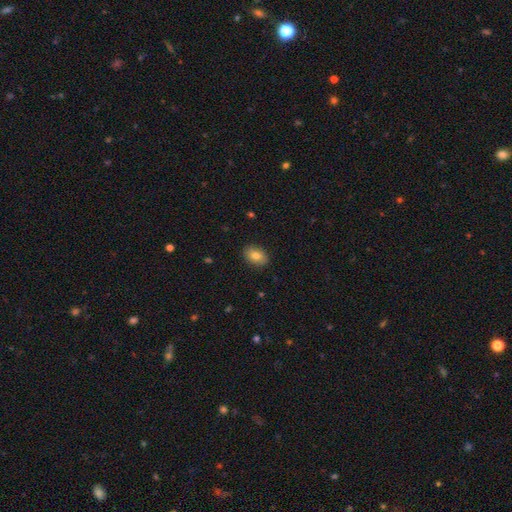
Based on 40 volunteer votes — Morphology: type=smooth (82%); roundness=in between (76%); merging=none (95%).